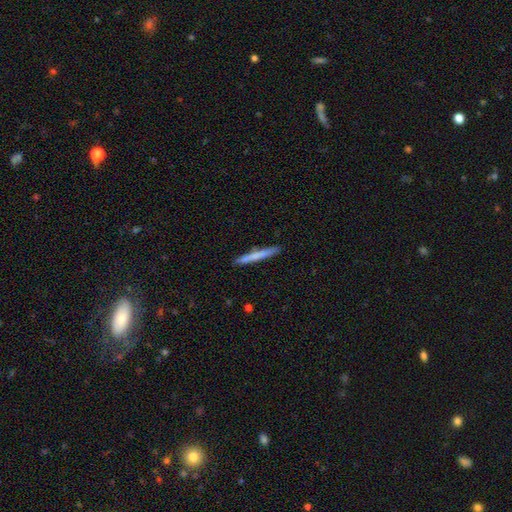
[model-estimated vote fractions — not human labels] This appears to be a smooth galaxy with no disk features (67%) that is cigar-shaped (97%). Merging: none (90%).